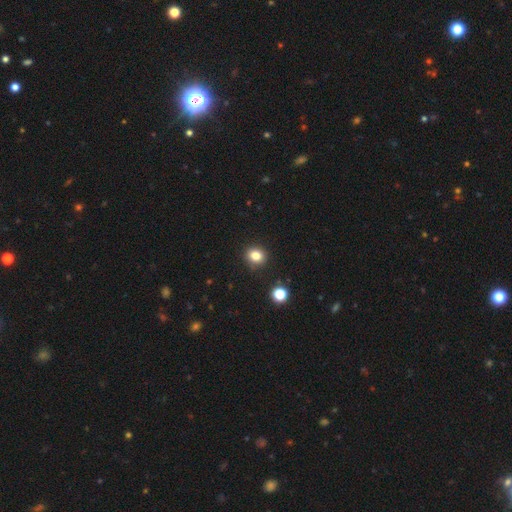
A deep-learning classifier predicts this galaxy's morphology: Smooth or featured? smooth (82%)
How rounded? round (77%)
Merging? none (90%)